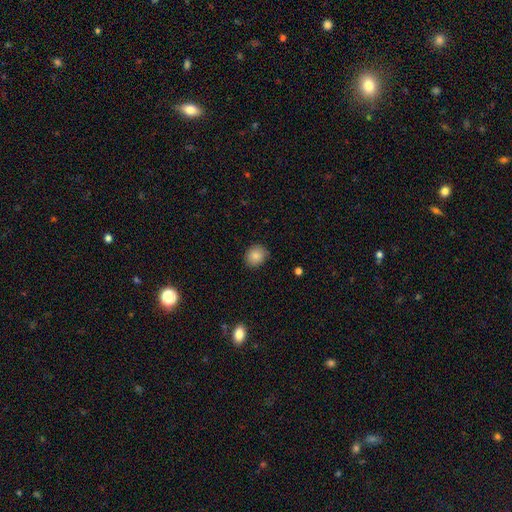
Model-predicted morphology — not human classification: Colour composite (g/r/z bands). It shows a smooth galaxy with no disk features (85%) that is round (78%). Merging: none (85%).